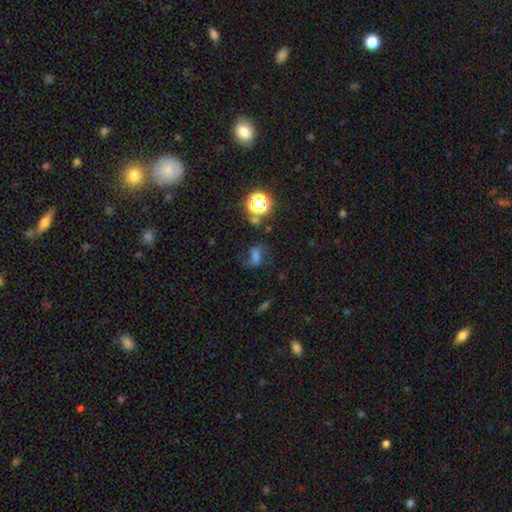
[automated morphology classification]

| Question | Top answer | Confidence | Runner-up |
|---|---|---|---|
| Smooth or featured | smooth | 38% | tied: featured or disk (38%) |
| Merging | none | 60% | minor disturbance (21%) |